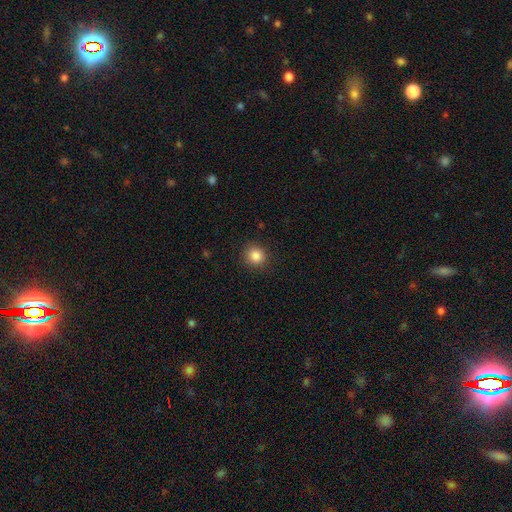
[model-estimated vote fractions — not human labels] Q: Smooth or featured?
A: smooth (85%); runner-up: star or artifact (10%)
Q: How rounded?
A: round (89%); runner-up: in between (10%)
Q: Merging?
A: none (90%); runner-up: minor disturbance (7%)